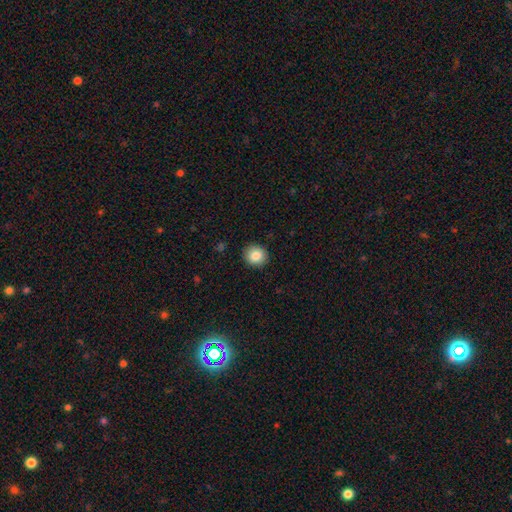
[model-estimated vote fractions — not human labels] smooth 86%, star or artifact 9%, featured or disk 6%. Down the decision tree: how rounded — round (87%); merging — none (91%).